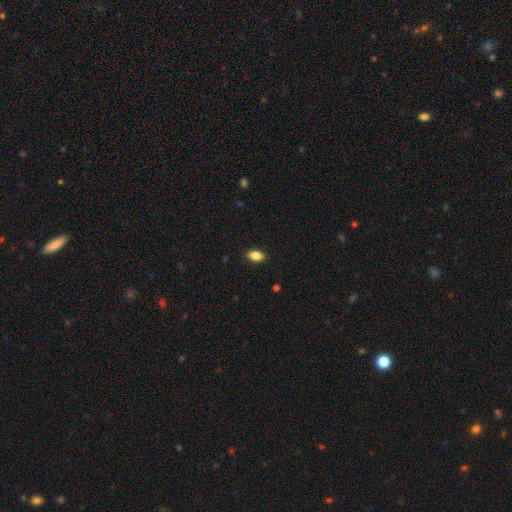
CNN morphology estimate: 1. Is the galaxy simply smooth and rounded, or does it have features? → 86% smooth, 8% star or artifact, 5% featured or disk.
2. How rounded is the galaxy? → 87% in between, 10% round, 3% cigar-shaped.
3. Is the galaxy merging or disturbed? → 88% none, 9% minor disturbance, 2% major disturbance, 1% merger.